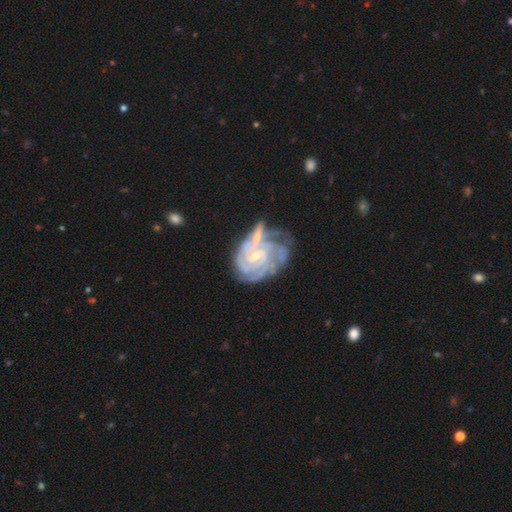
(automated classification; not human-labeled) smooth-or-featured: featured or disk: 88% | smooth: 6% | star or artifact: 6%
  disk-edge-on: no: 98% | yes: 2%
    bar: no: 54% | weak: 36% | strong: 10%
    has-spiral-arms: yes: 97% | no: 3%
      spiral-winding: tight: 73% | medium: 22% | loose: 4%
      spiral-arm-count: 4: 28% | can't tell: 24% | 3: 22% | 2: 11% | more than 4: 9% | 1: 6%
    bulge-size: small: 73% | moderate: 21% | none: 4% | large: 1% | dominant: 1%
  merging: none: 36% | merger: 26% | minor disturbance: 22% | major disturbance: 16%